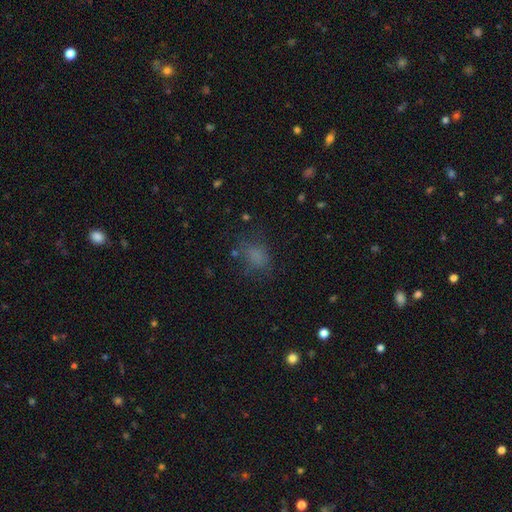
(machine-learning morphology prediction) Smooth or featured? smooth (72%)
How rounded? in between (67%)
Merging? none (64%)